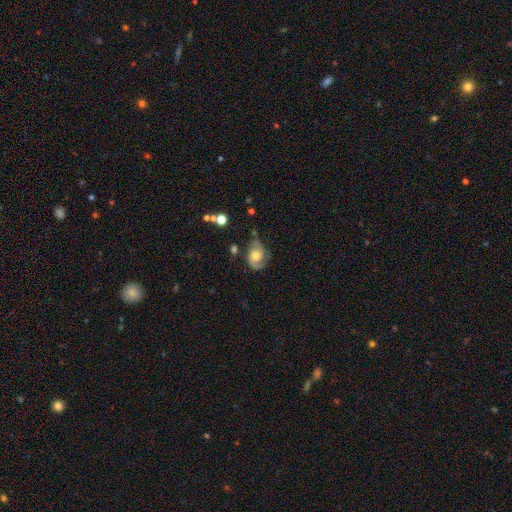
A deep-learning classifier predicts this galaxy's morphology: A featured or disk galaxy (75%) with no bar (69%), 2 (82%) medium (46%) spiral arms (93%) and a moderate central bulge (62%).

Vote fractions:
- Smooth or featured? featured or disk: 75% / smooth: 18% / star or artifact: 7%
- Edge-on disk? no: 97% / yes: 3%
- Bar? no: 69% / weak: 26% / strong: 4%
- Spiral arms? yes: 93% / no: 7%
- Spiral winding? medium: 46% / tight: 36% / loose: 18%
- Spiral arm count? 2: 82% / can't tell: 8% / 1: 6% / 3: 2% / 4: 1% / more than 4: 1%
- Bulge size? moderate: 62% / small: 22% / large: 11% / none: 3% / dominant: 1%
- Merging? none: 62% / minor disturbance: 24% / major disturbance: 10% / merger: 3%